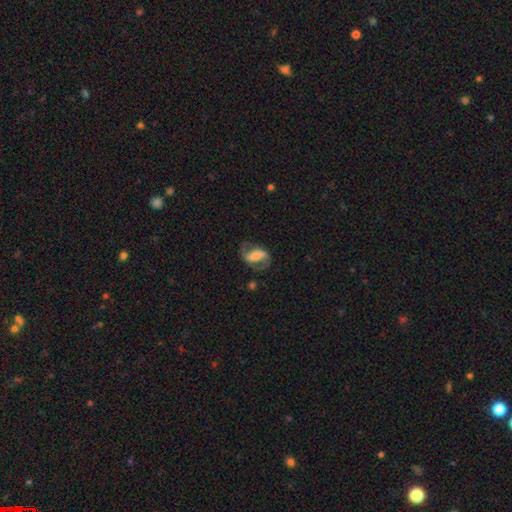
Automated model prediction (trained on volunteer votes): smooth_or_featured: featured or disk (p=0.73) [alt: smooth p=0.19]
disk_edge_on: no (p=0.97) [alt: yes p=0.03]
bar: strong (p=0.43) [alt: weak p=0.35]
has_spiral_arms: yes (p=0.91) [alt: no p=0.09]
spiral_winding: medium (p=0.44) [alt: loose p=0.43]
spiral_arm_count: 2 (p=0.89) [alt: 1 p=0.04]
bulge_size: small (p=0.27) [alt: none p=0.26]
merging: none (p=0.64) [alt: minor disturbance p=0.18]